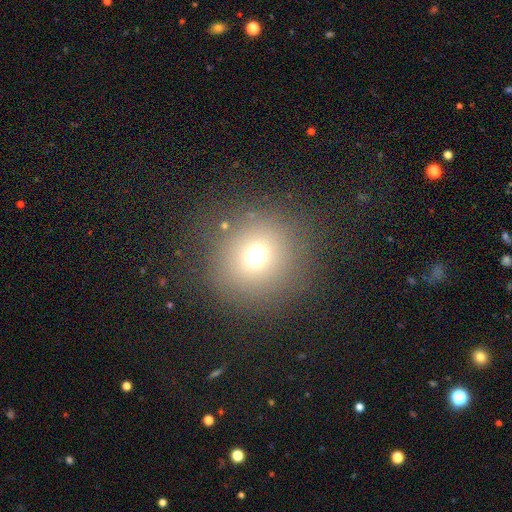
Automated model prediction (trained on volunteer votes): smooth 67%, star or artifact 23%, featured or disk 10%. Down the decision tree: how rounded — round (90%); merging — none (84%).